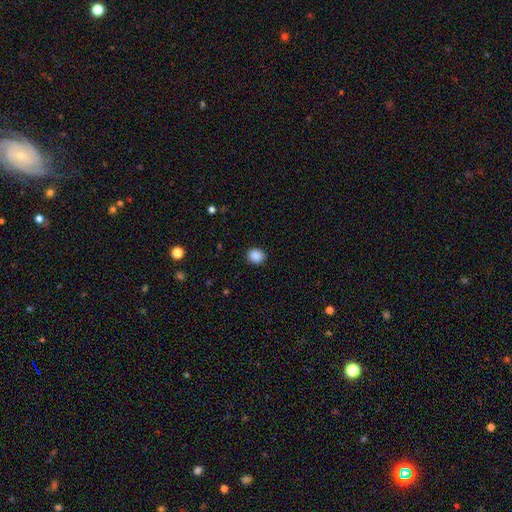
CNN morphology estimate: smooth 88%, star or artifact 9%, featured or disk 3%. Down the decision tree: how rounded — round (72%); merging — none (89%).